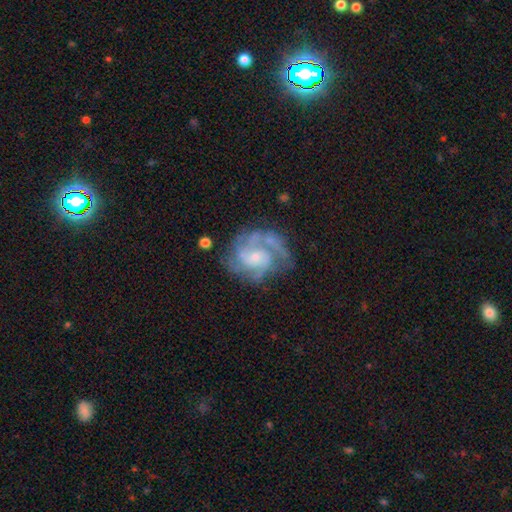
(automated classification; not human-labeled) Q: Smooth or featured?
A: featured or disk (87%); runner-up: smooth (8%)
Q: Edge-on disk?
A: no (98%); runner-up: yes (2%)
Q: Bar?
A: no (64%); runner-up: weak (31%)
Q: Spiral arms?
A: yes (96%); runner-up: no (4%)
Q: Spiral winding?
A: tight (45%); runner-up: medium (44%)
Q: Spiral arm count?
A: 3 (35%); runner-up: 2 (30%)
Q: Bulge size?
A: small (60%); runner-up: moderate (31%)
Q: Merging?
A: none (64%); runner-up: minor disturbance (19%)